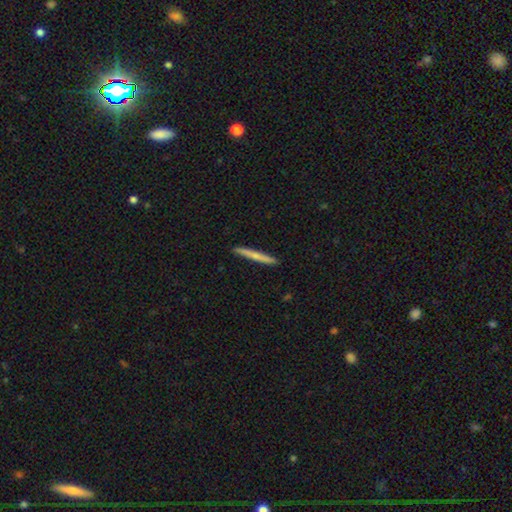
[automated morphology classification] A smooth galaxy with no disk features (62%) that is cigar-shaped (96%). Merging: none (90%).